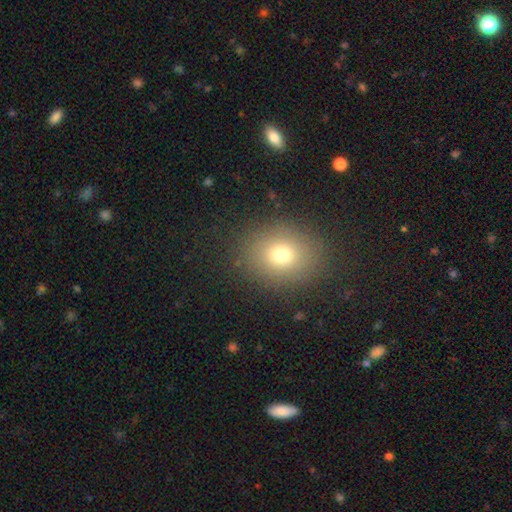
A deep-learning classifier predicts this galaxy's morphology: Overall: smooth (72%). How rounded: round (61%; in between 38%). Merging: none (88%).